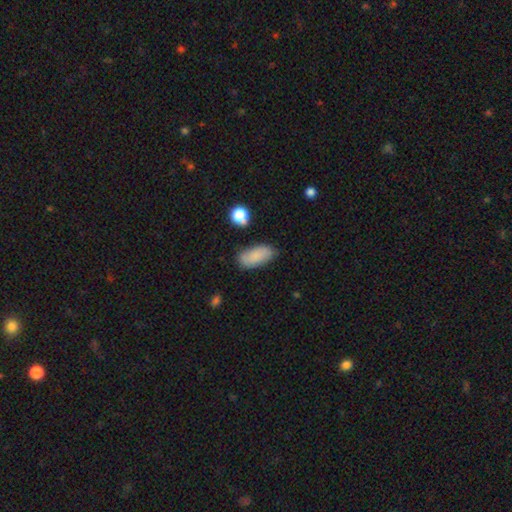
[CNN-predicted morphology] Smooth or featured?
  - smooth: 79% *
  - featured or disk: 13%
  - star or artifact: 8%
How rounded?
  - in between: 90% *
  - cigar-shaped: 7%
  - round: 3%
Merging?
  - none: 77% *
  - minor disturbance: 17%
  - major disturbance: 4%
  - merger: 3%